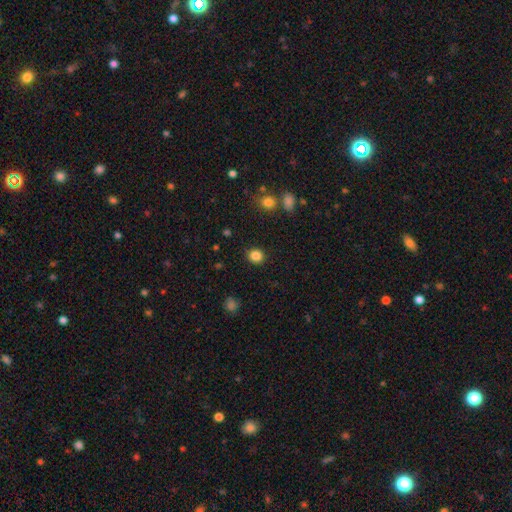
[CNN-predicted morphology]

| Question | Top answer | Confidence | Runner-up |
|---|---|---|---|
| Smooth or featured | smooth | 85% | star or artifact (11%) |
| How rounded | round | 84% | in between (15%) |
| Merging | none | 89% | minor disturbance (7%) |